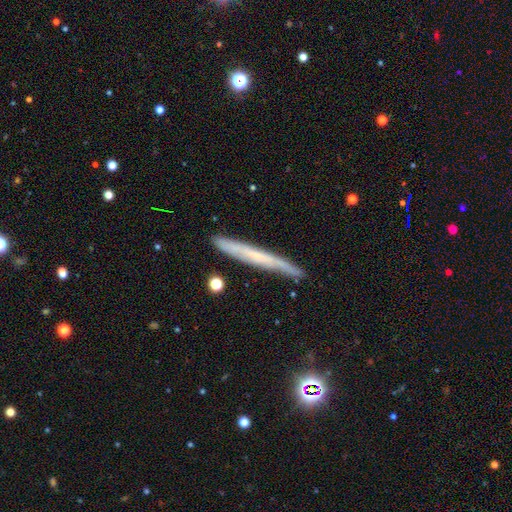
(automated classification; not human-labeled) smooth-or-featured: featured or disk: 52% | smooth: 40% | star or artifact: 8%
  disk-edge-on: yes: 91% | no: 9%
  merging: none: 84% | minor disturbance: 12% | major disturbance: 2% | merger: 2%